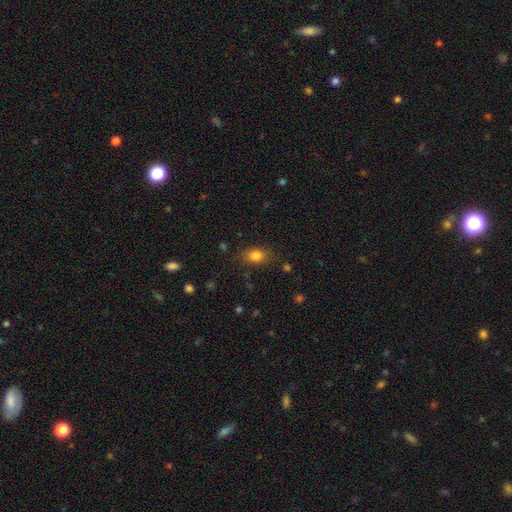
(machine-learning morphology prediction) This is clearly a smooth galaxy (81%). How rounded: likely in between (73%). Merging: clearly none (80%).